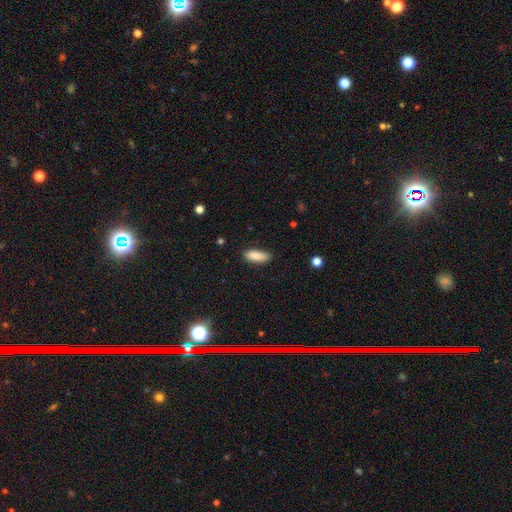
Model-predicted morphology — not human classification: smooth 87%, featured or disk 7%, star or artifact 7%. Down the decision tree: how rounded — in between (69%); merging — none (80%).